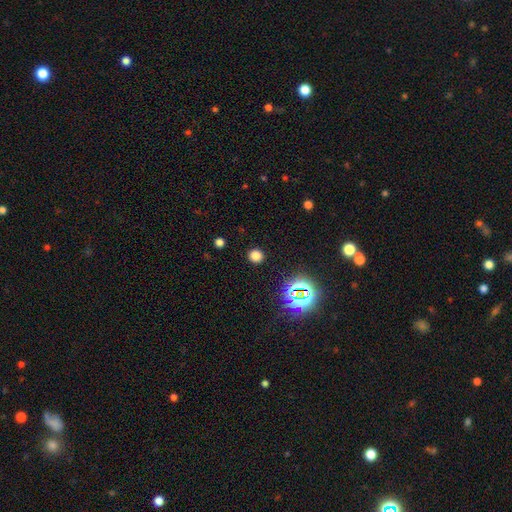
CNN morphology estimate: A smooth galaxy with no disk features (73%) that is round (88%).

Vote fractions:
- Smooth or featured? smooth: 73% / star or artifact: 22% / featured or disk: 5%
- How rounded? round: 88% / in between: 11% / cigar-shaped: 1%
- Merging? none: 91% / minor disturbance: 6% / major disturbance: 3% / merger: 1%